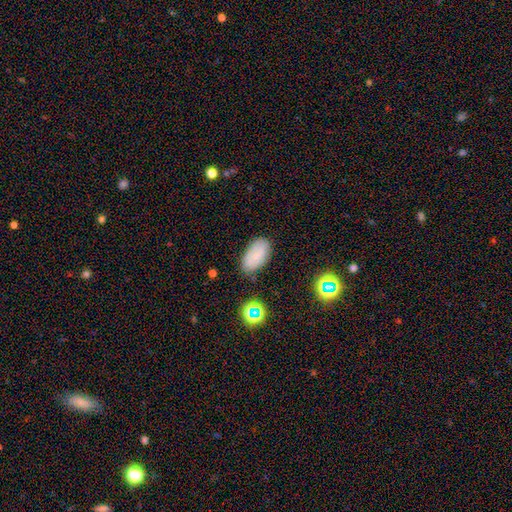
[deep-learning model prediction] A smooth galaxy with no disk features (77%) that is in between round and cigar-shaped (94%). Merging: none (76%).